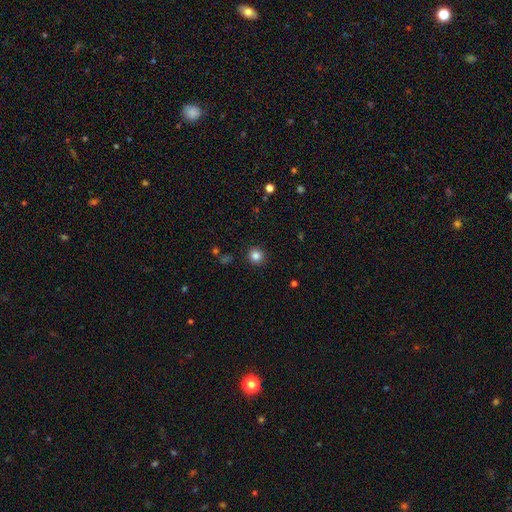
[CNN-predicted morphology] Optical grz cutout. It shows a smooth galaxy with no disk features (84%) that is round (93%). Merging: none (92%).